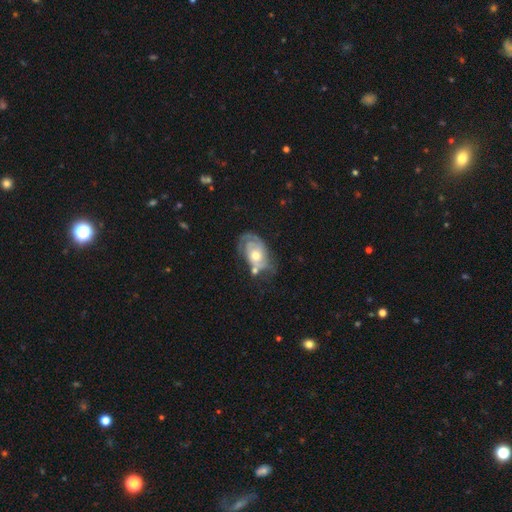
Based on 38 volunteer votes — Smooth or featured? featured or disk (92%)
Edge-on disk? no (94%)
Bar? no (85%)
Spiral arms? yes (97%)
Spiral winding? tight (75%)
Spiral arm count? 2 (44%)
Bulge size? moderate (73%)
Merging? none (51%)